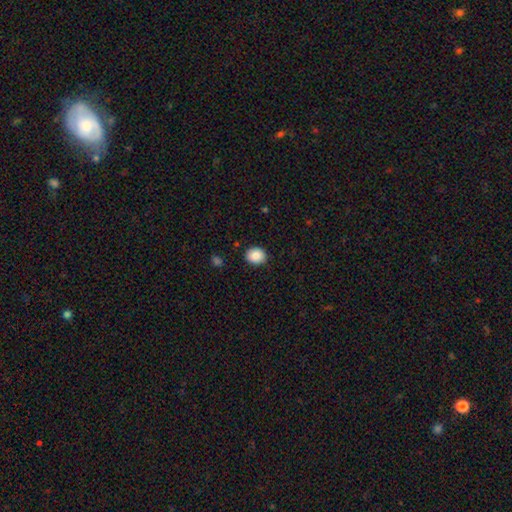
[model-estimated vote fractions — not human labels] smooth_or_featured: smooth (p=0.85) [alt: star or artifact p=0.08]
how_rounded: round (p=0.64) [alt: in between p=0.35]
merging: none (p=0.89) [alt: minor disturbance p=0.08]